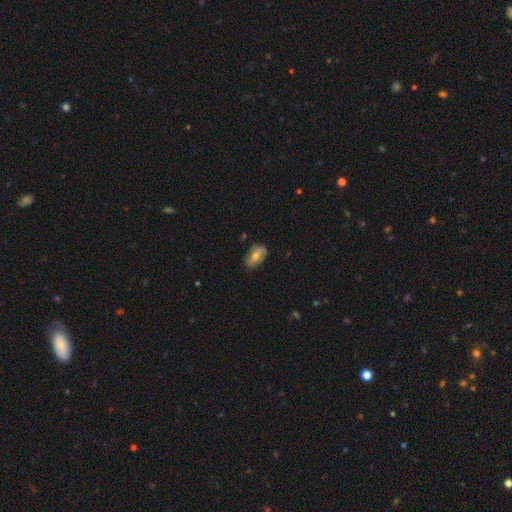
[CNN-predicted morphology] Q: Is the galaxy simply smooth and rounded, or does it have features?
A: smooth — 51%.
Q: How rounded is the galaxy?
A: in between — 88%.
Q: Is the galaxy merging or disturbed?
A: none — 74%.